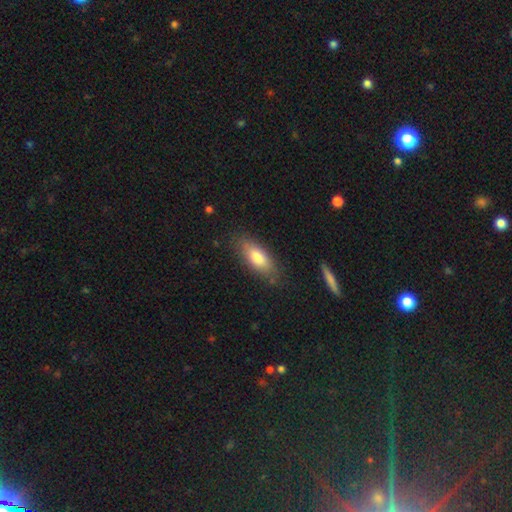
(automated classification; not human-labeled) smooth-or-featured: smooth: 75% | featured or disk: 18% | star or artifact: 7%
  how-rounded: in between: 73% | cigar-shaped: 24% | round: 3%
  merging: none: 83% | minor disturbance: 13% | major disturbance: 3% | merger: 2%